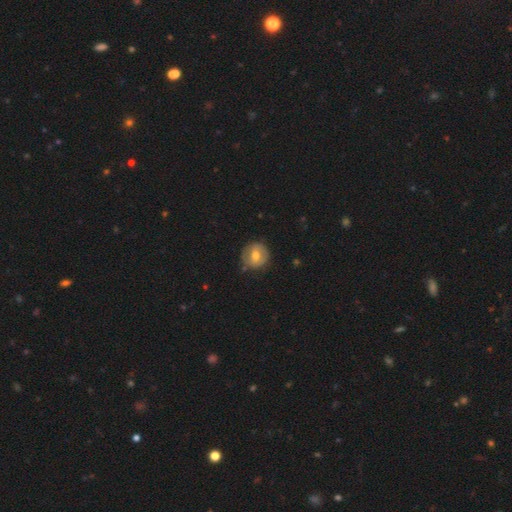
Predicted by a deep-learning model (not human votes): Q: Smooth or featured?
A: smooth (60%); runner-up: featured or disk (32%)
Q: How rounded?
A: round (89%); runner-up: in between (10%)
Q: Merging?
A: none (79%); runner-up: minor disturbance (15%)